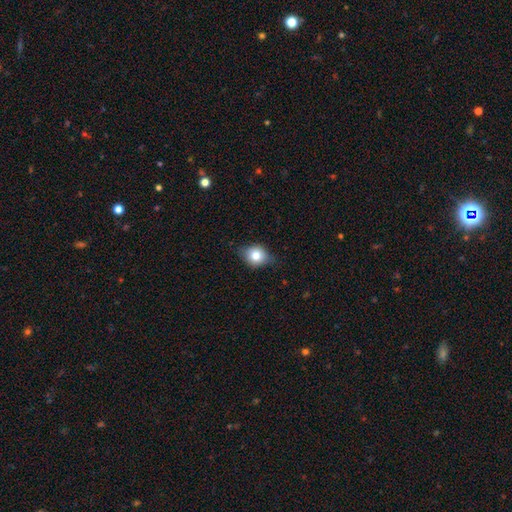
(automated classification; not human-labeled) Q: Smooth or featured?
A: smooth (75%); runner-up: featured or disk (16%)
Q: How rounded?
A: round (61%); runner-up: in between (37%)
Q: Merging?
A: none (72%); runner-up: minor disturbance (22%)